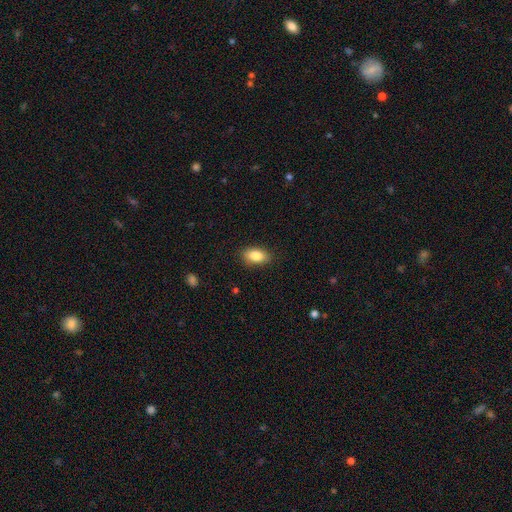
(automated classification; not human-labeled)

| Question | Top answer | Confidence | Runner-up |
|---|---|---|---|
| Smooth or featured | smooth | 86% | star or artifact (8%) |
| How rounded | in between | 89% | round (8%) |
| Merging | none | 86% | minor disturbance (11%) |